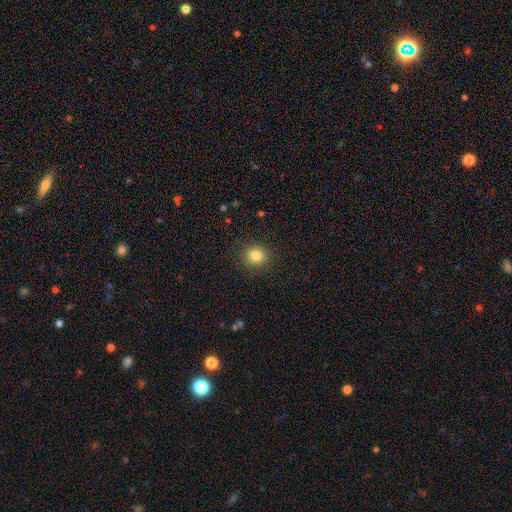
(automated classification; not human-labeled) Smooth or featured: smooth — 83% (star or artifact — 12%)
How rounded: round — 87% (in between — 12%)
Merging: none — 89% (minor disturbance — 7%)